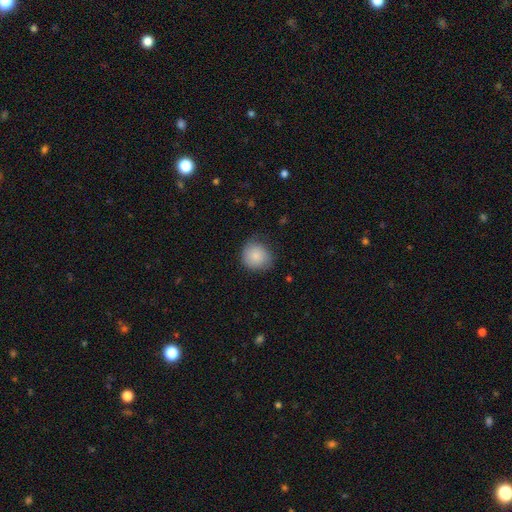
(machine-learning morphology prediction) Smooth or featured? Predicted: smooth (p=0.85). How rounded? Predicted: round (p=0.88). Merging? Predicted: none (p=0.74).